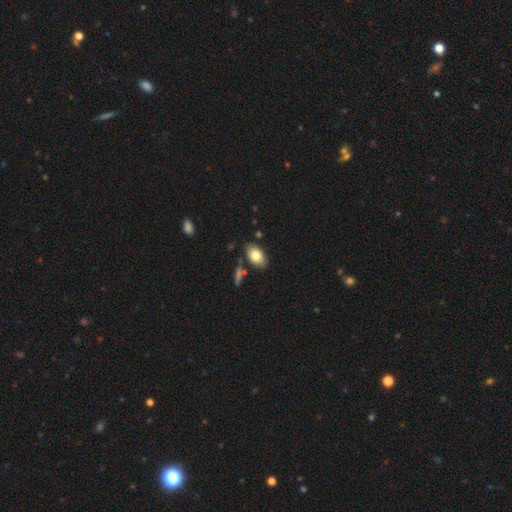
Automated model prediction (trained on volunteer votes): Smooth or featured: smooth — 77% (featured or disk — 15%)
How rounded: in between — 91% (round — 8%)
Merging: none — 79% (minor disturbance — 13%)